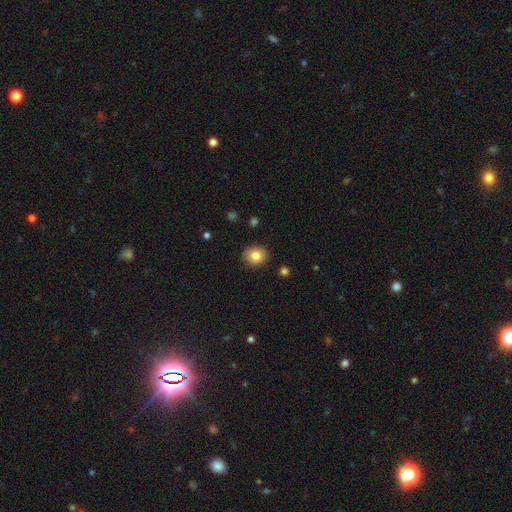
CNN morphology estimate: A smooth galaxy with no disk features (82%) that is round (80%).

Vote fractions:
- Smooth or featured? smooth: 82% / star or artifact: 9% / featured or disk: 8%
- How rounded? round: 80% / in between: 19% / cigar-shaped: 1%
- Merging? none: 88% / minor disturbance: 9% / major disturbance: 2% / merger: 1%